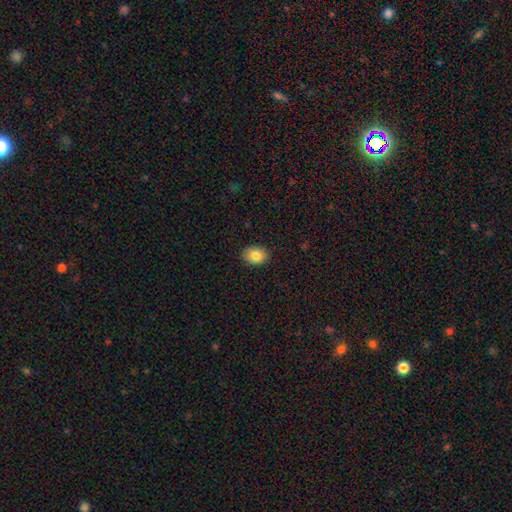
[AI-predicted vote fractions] A smooth galaxy with no disk features (84%) that is in between round and cigar-shaped (68%).

Vote fractions:
- Smooth or featured? smooth: 84% / star or artifact: 8% / featured or disk: 7%
- How rounded? in between: 68% / round: 31% / cigar-shaped: 1%
- Merging? none: 89% / minor disturbance: 8% / major disturbance: 2% / merger: 1%